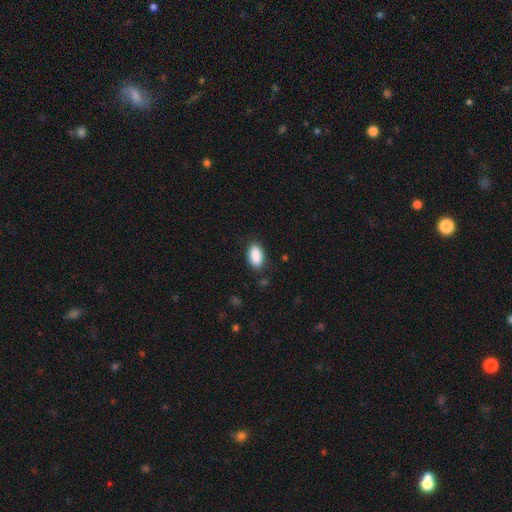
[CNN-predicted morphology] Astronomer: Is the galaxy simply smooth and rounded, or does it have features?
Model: smooth — 90%.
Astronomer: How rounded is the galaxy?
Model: in between — 92%.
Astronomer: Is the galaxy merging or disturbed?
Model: none — 85%.